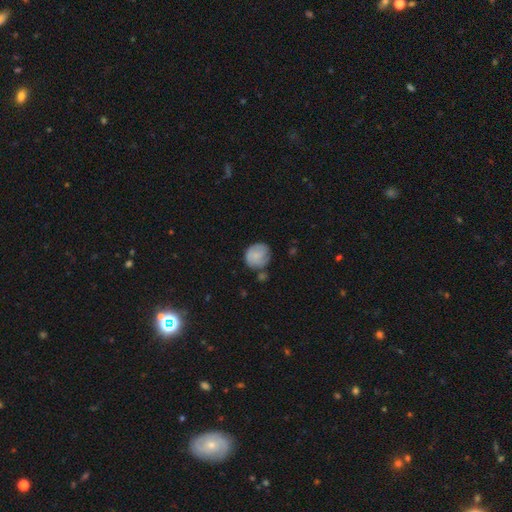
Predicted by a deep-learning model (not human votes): Overall: smooth (66%; featured or disk 28%). How rounded: round (80%). Merging: none (62%; minor disturbance 24%).